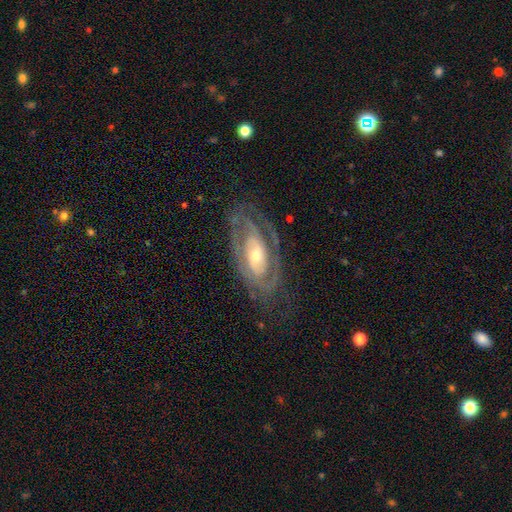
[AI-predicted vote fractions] Morphology: type=featured or disk (85%); edge-on=no (93%); bar=no (57%); spiral arms=yes (89%); winding=tight (64%); arm count=2 (48%); bulge=moderate (49%); merging=none (71%).